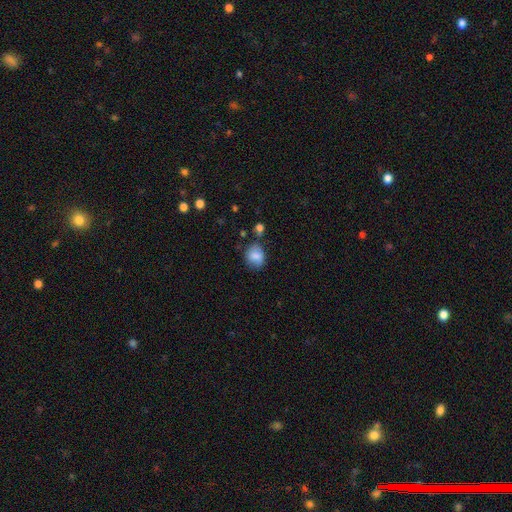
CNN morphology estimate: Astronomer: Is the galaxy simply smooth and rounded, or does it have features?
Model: smooth — 81%.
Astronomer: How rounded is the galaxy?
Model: round — 61% (runner-up: in between, 38%).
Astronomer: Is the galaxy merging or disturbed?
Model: none — 66%.